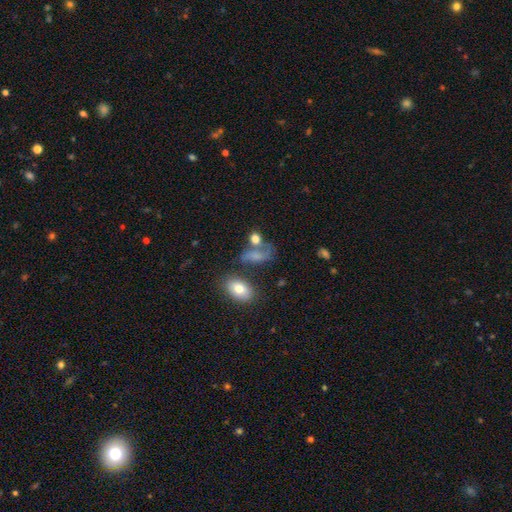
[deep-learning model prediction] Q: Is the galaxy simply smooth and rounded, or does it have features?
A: smooth — 57%.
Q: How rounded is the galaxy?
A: in between — 73%.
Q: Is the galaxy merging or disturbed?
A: none — 37%.